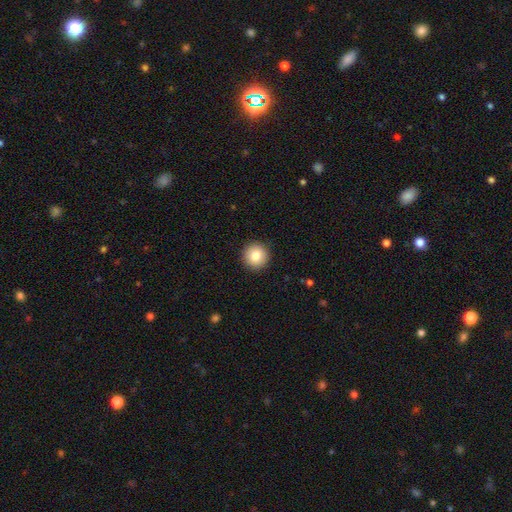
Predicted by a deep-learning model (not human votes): Smooth or featured?
  - smooth: 81% *
  - featured or disk: 9%
  - star or artifact: 9%
How rounded?
  - round: 95% *
  - in between: 4%
  - cigar-shaped: 1%
Merging?
  - none: 93% *
  - minor disturbance: 5%
  - major disturbance: 2%
  - merger: 1%